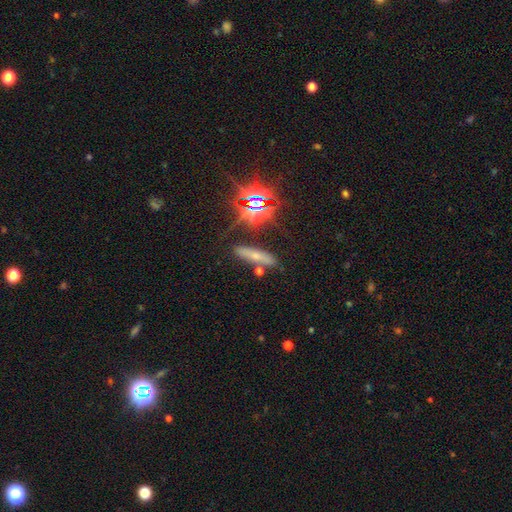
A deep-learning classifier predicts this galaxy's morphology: This appears to be a smooth galaxy with no disk features (41%). Merging: none (76%).